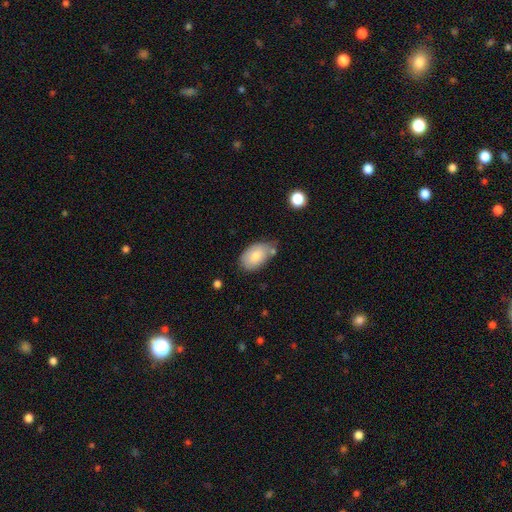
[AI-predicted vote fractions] smooth-or-featured: smooth: 78% | featured or disk: 15% | star or artifact: 7%
  how-rounded: in between: 92% | round: 7% | cigar-shaped: 1%
  merging: none: 60% | minor disturbance: 26% | merger: 9% | major disturbance: 5%